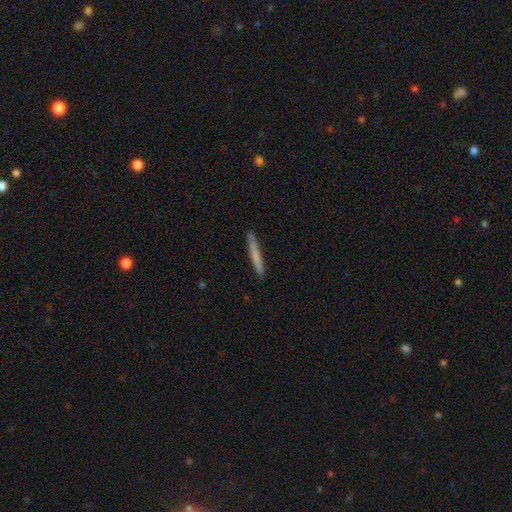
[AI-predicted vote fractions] Morphology: type=smooth (66%); roundness=cigar-shaped (97%); merging=none (92%).